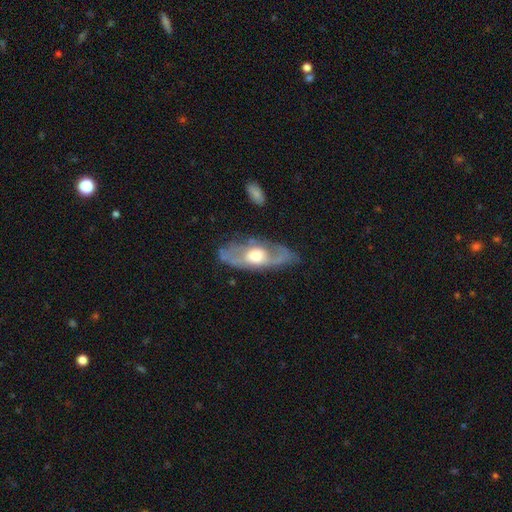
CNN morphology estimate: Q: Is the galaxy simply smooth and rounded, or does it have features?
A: featured or disk — 72%.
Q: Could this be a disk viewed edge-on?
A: no — 80%.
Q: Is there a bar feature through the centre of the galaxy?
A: no — 70%.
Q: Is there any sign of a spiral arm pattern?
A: yes — 66%.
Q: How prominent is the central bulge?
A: moderate — 57%.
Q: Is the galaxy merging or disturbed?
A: none — 68%.